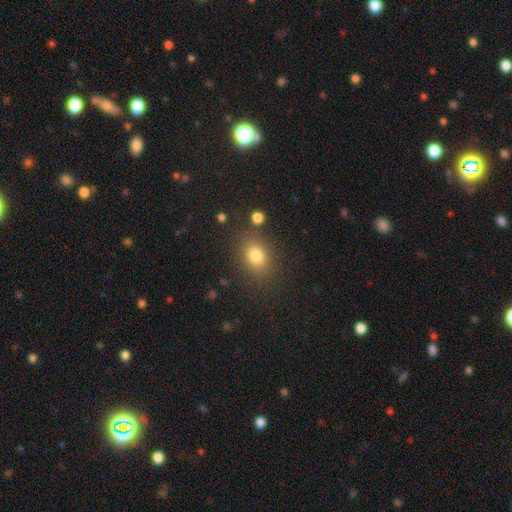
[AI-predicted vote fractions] Smooth or featured? smooth (80%)
How rounded? in between (66%)
Merging? none (80%)